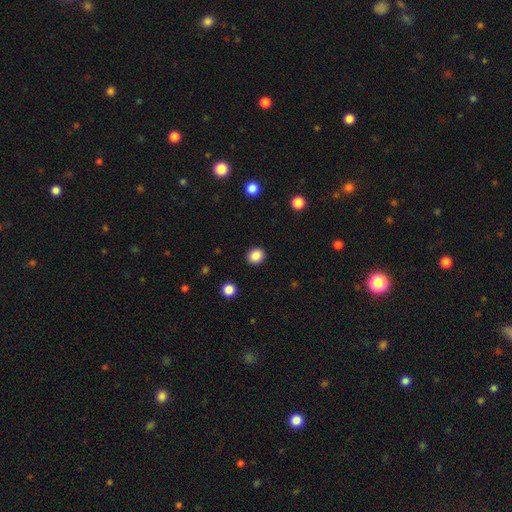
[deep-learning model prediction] smooth-or-featured: smooth: 87% | star or artifact: 10% | featured or disk: 3%
  how-rounded: round: 78% | in between: 22% | cigar-shaped: 1%
  merging: none: 91% | minor disturbance: 6% | major disturbance: 2% | merger: 1%